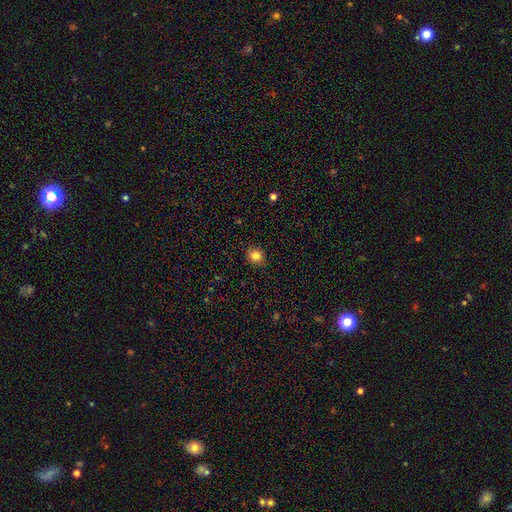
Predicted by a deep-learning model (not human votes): This appears to be a smooth galaxy with no disk features (83%) that is round (77%). Merging: none (89%).